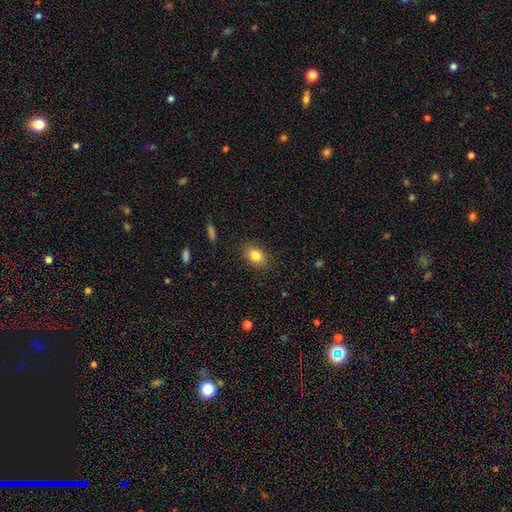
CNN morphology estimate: type=smooth (83%); roundness=in between (71%); merging=none (86%).